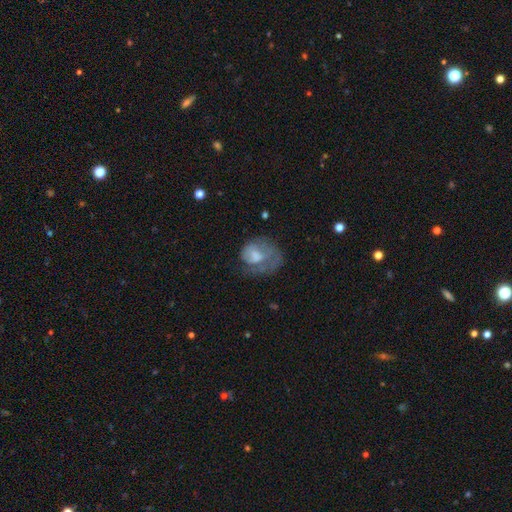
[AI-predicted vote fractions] Morphology: type=smooth (47%); merging=major disturbance (43%).